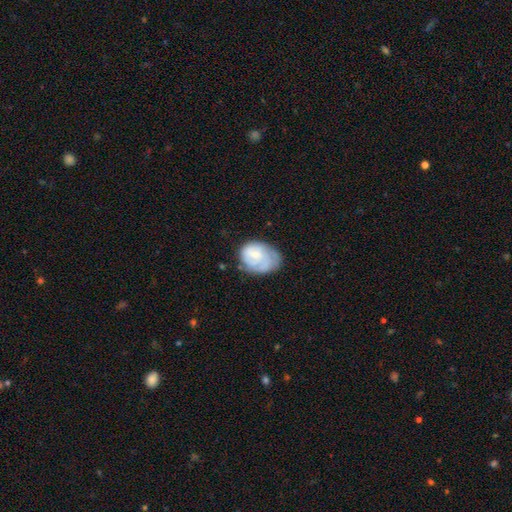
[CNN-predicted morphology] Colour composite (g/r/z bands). It shows a smooth galaxy with no disk features (47%). Merging: none (46%).